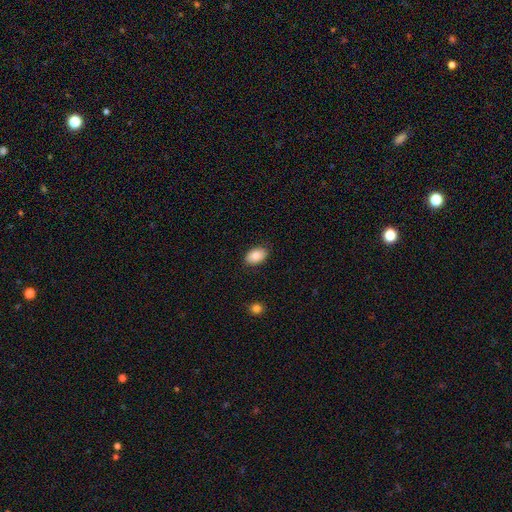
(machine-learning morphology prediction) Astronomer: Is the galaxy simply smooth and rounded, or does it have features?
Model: smooth — 82%.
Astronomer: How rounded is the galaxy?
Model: in between — 89%.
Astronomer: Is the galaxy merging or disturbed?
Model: none — 86%.